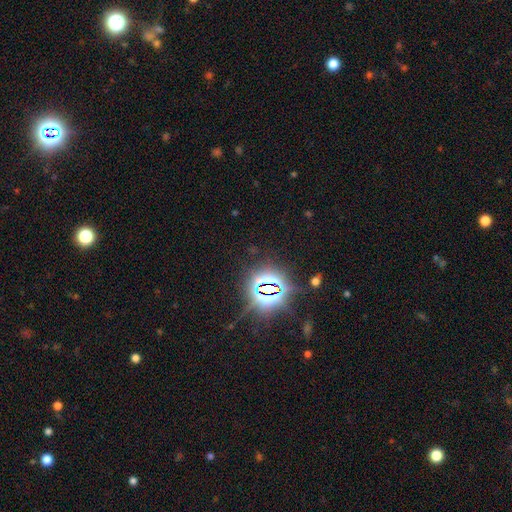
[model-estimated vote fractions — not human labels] smooth-or-featured: star or artifact: 84% | smooth: 10% | featured or disk: 6%